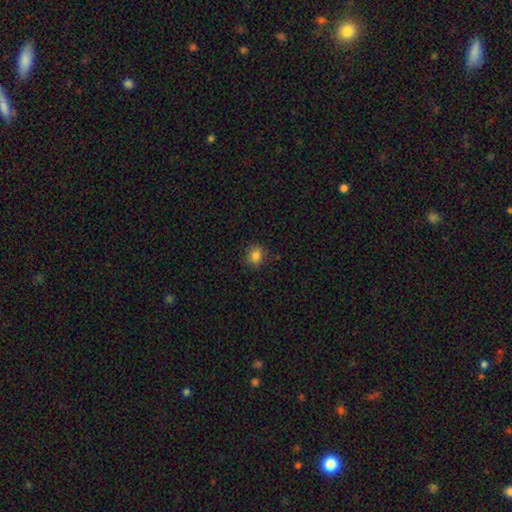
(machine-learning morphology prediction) Smooth or featured?
  - smooth: 84% *
  - star or artifact: 12%
  - featured or disk: 5%
How rounded?
  - round: 69% *
  - in between: 30%
  - cigar-shaped: 1%
Merging?
  - none: 85% *
  - minor disturbance: 11%
  - major disturbance: 3%
  - merger: 1%